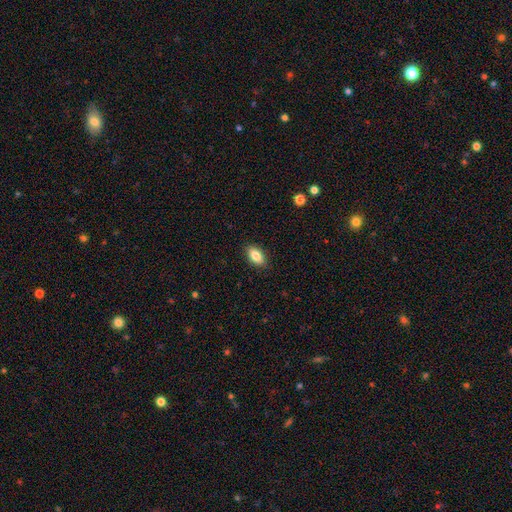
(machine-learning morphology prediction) A smooth galaxy with no disk features (86%) that is in between round and cigar-shaped (91%). Merging: none (88%).